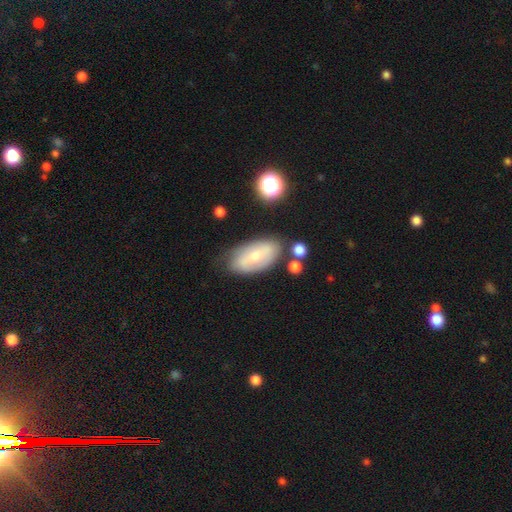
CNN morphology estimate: The model was most divided on "smooth or featured": featured or disk: 50%, smooth: 42%, star or artifact: 8%. More confident: merging — none (69%).